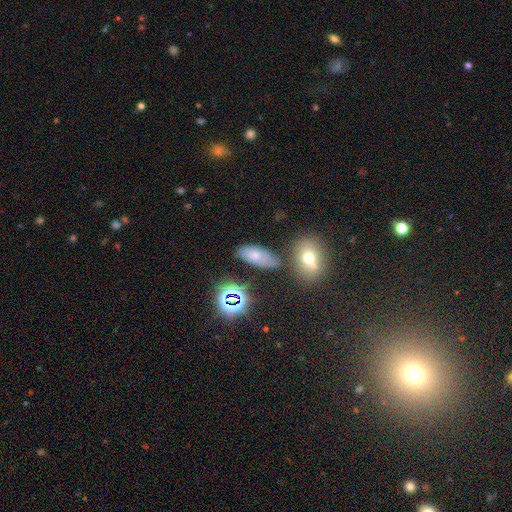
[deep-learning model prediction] Overall: smooth (59%; star or artifact 21%). How rounded: in between (87%). Merging: none (70%).